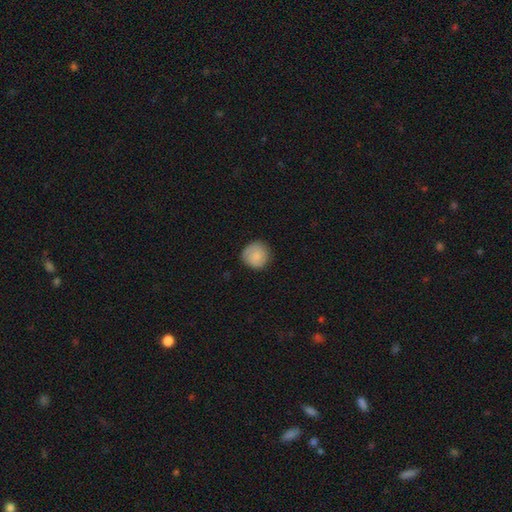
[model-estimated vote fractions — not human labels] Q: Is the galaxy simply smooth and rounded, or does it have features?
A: smooth — 81%.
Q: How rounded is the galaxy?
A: round — 92%.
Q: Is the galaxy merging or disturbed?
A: none — 82%.